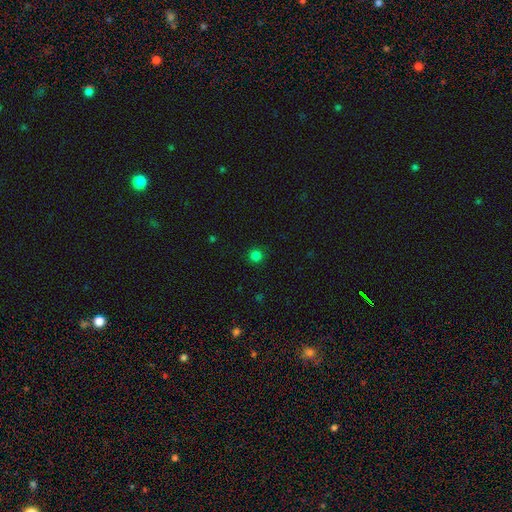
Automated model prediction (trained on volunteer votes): Q: Smooth or featured?
A: smooth (82%); runner-up: star or artifact (15%)
Q: How rounded?
A: round (95%); runner-up: in between (4%)
Q: Merging?
A: none (92%); runner-up: minor disturbance (5%)